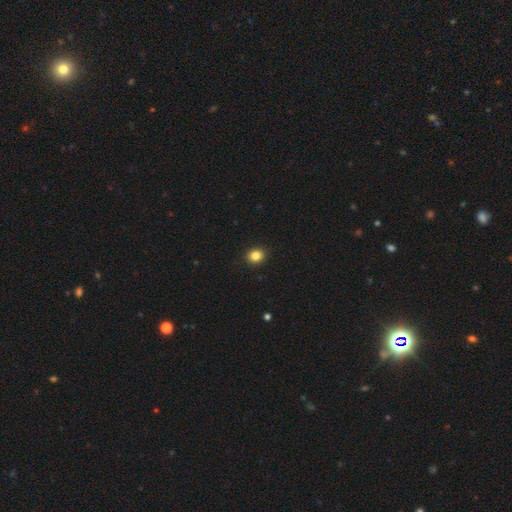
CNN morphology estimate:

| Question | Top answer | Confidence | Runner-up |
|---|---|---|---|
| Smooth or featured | smooth | 85% | star or artifact (11%) |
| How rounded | round | 67% | in between (32%) |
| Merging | none | 92% | minor disturbance (6%) |